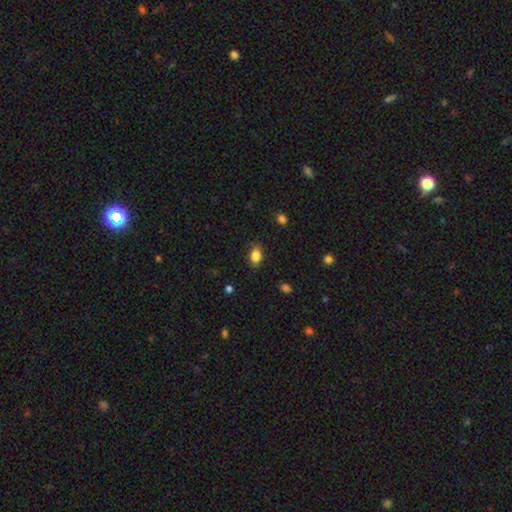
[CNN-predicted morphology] A smooth galaxy with no disk features (85%) that is in between round and cigar-shaped (83%).

Vote fractions:
- Smooth or featured? smooth: 85% / star or artifact: 9% / featured or disk: 6%
- How rounded? in between: 83% / round: 15% / cigar-shaped: 2%
- Merging? none: 83% / minor disturbance: 13% / major disturbance: 3% / merger: 1%